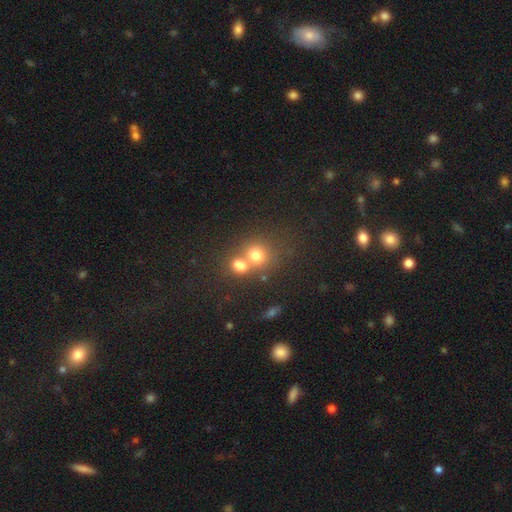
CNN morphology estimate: This is likely a smooth galaxy (73%). How rounded: likely round (74%). Merging: possibly merger (54%).